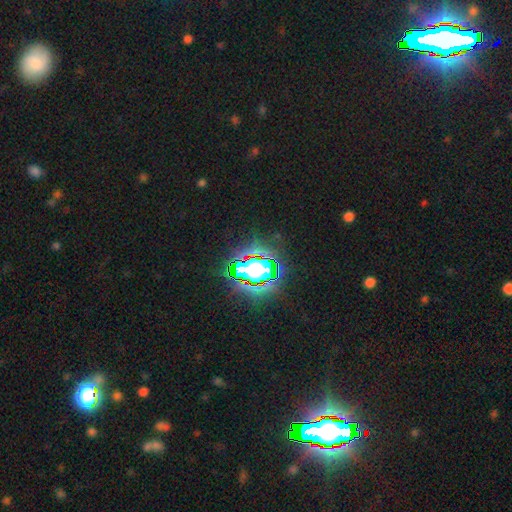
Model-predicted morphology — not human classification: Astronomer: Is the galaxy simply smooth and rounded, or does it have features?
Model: star or artifact — 82%.